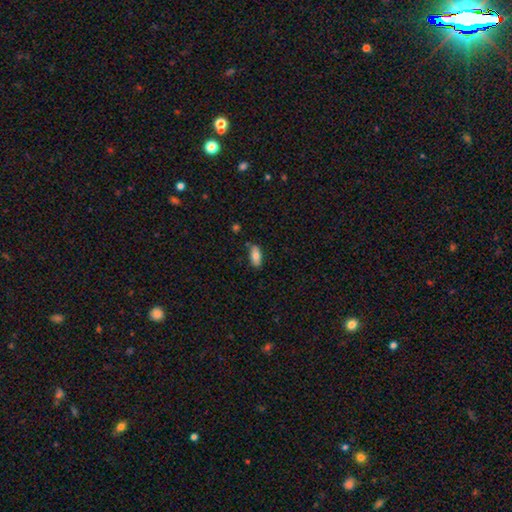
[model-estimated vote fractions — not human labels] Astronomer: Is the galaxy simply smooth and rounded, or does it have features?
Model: smooth — 77%.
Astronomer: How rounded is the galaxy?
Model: in between — 83%.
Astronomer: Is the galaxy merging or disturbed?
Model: none — 78%.